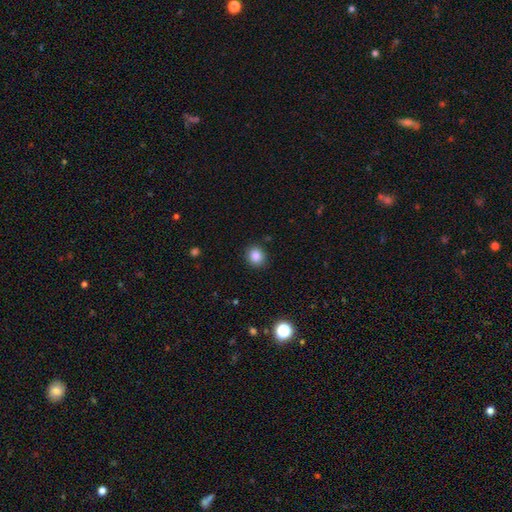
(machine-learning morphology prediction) This appears to be a smooth galaxy with no disk features (85%) that is round (76%). Merging: none (89%).